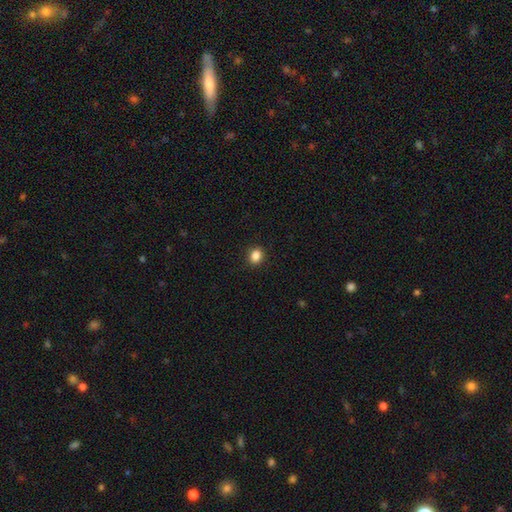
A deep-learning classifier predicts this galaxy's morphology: Smooth or featured: smooth — 86% (star or artifact — 10%)
How rounded: round — 60% (in between — 39%)
Merging: none — 91% (minor disturbance — 7%)